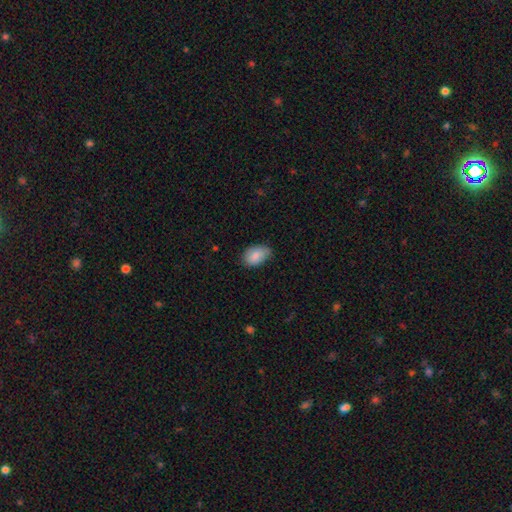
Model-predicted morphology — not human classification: This is clearly a smooth galaxy (84%). How rounded: clearly in between (91%). Merging: likely none (67%).